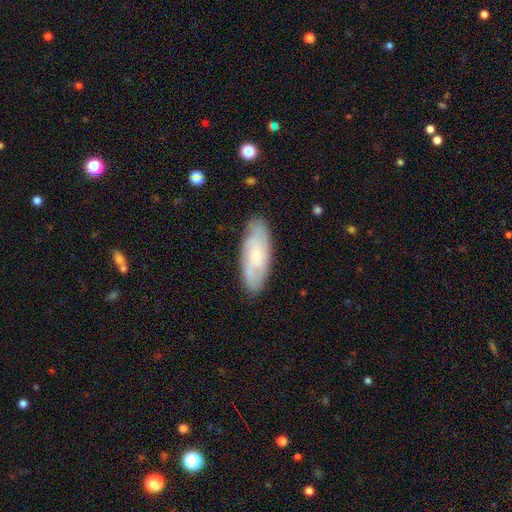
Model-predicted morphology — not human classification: Smooth or featured: featured or disk — 51% (smooth — 42%)
Edge-on disk: no — 84% (yes — 16%)
Merging: none — 82% (minor disturbance — 14%)